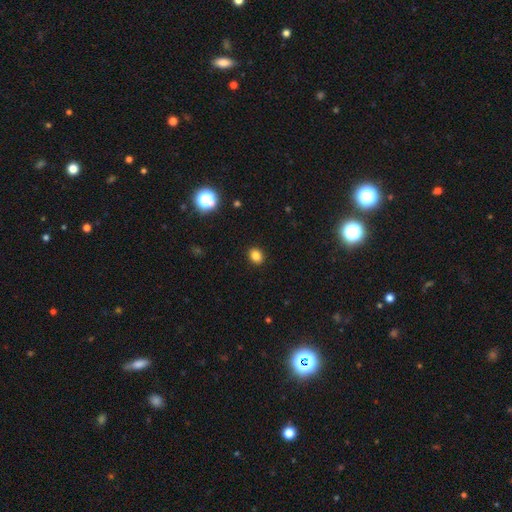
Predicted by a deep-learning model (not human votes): This is clearly a smooth galaxy (83%). How rounded: possibly round (52%). Merging: clearly none (91%).